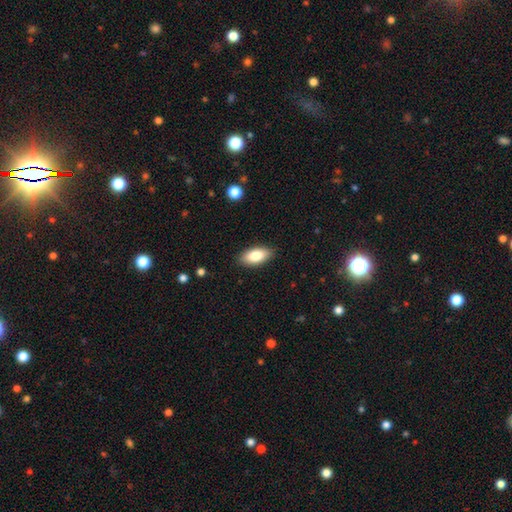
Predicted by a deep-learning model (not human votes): Smooth or featured? Predicted: smooth (p=0.84). How rounded? Predicted: in between (p=0.91). Merging? Predicted: none (p=0.88).